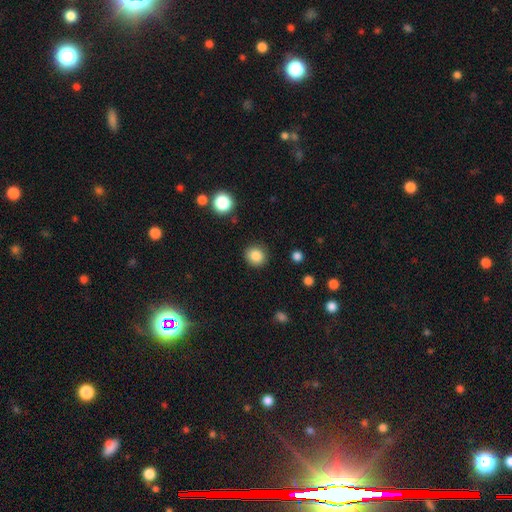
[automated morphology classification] Smooth or featured? smooth (86%)
How rounded? round (81%)
Merging? none (88%)